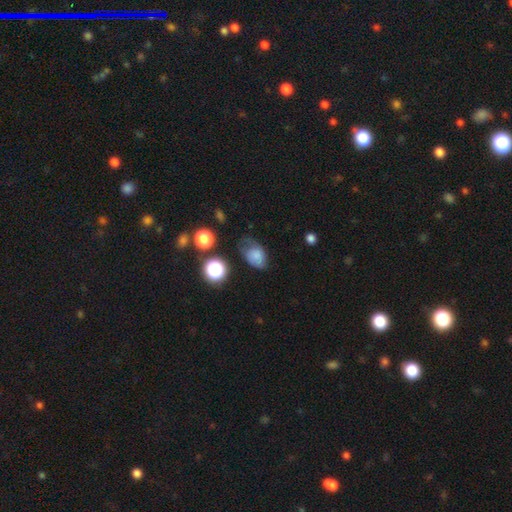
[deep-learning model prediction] Q: Smooth or featured?
A: smooth (71%); runner-up: featured or disk (17%)
Q: How rounded?
A: in between (77%); runner-up: round (22%)
Q: Merging?
A: none (42%); runner-up: minor disturbance (36%)